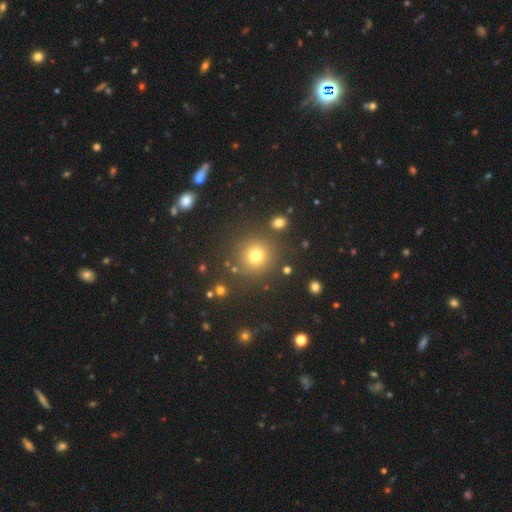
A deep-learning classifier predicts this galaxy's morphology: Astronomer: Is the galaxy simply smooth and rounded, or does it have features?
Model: smooth — 74%.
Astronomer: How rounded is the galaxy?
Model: round — 94%.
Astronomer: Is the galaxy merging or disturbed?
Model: none — 84%.